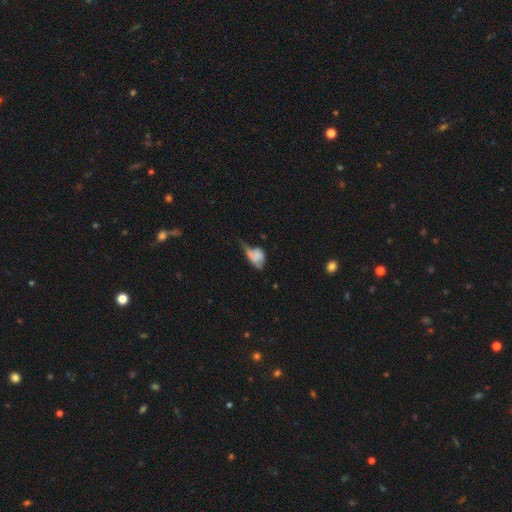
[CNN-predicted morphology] Q: Smooth or featured?
A: smooth (59%); runner-up: featured or disk (30%)
Q: How rounded?
A: in between (72%); runner-up: round (23%)
Q: Merging?
A: major disturbance (37%); runner-up: minor disturbance (28%)